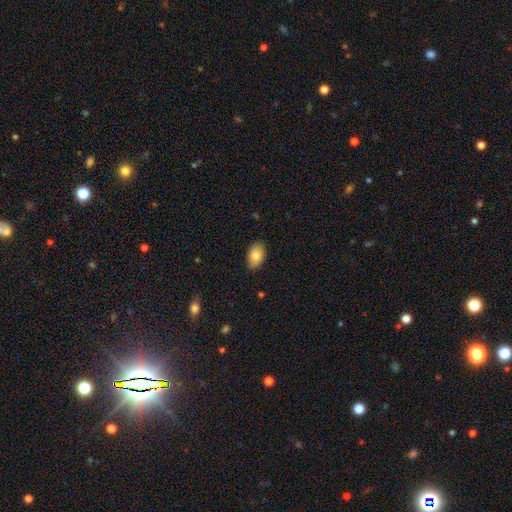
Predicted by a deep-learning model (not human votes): smooth 83%, featured or disk 10%, star or artifact 7%. Down the decision tree: how rounded — in between (89%); merging — none (85%).